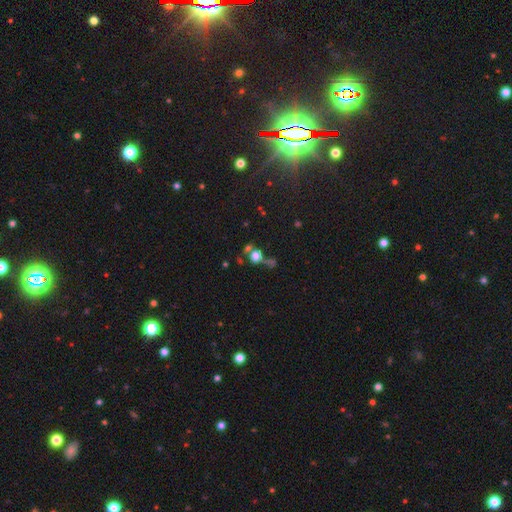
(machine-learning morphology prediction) This appears to be a smooth galaxy with no disk features (59%) that is round (73%). Merging: none (39%).